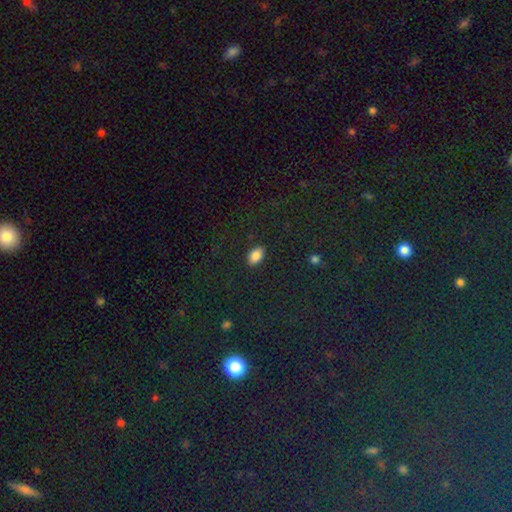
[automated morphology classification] This appears to be a smooth galaxy with no disk features (86%) that is in between round and cigar-shaped (91%). Merging: none (89%).